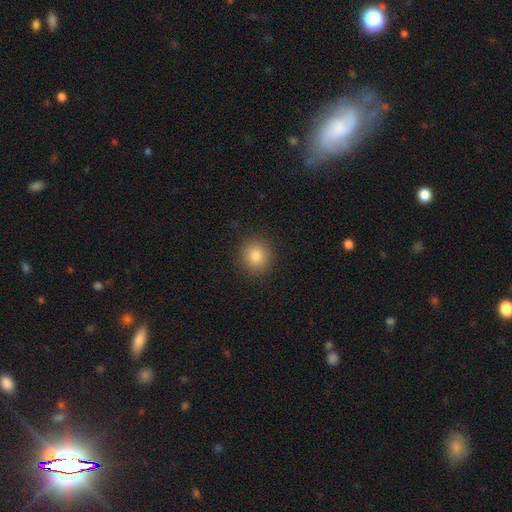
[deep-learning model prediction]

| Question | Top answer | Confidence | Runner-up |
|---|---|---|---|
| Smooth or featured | smooth | 83% | star or artifact (11%) |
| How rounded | round | 91% | in between (8%) |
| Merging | none | 91% | minor disturbance (6%) |